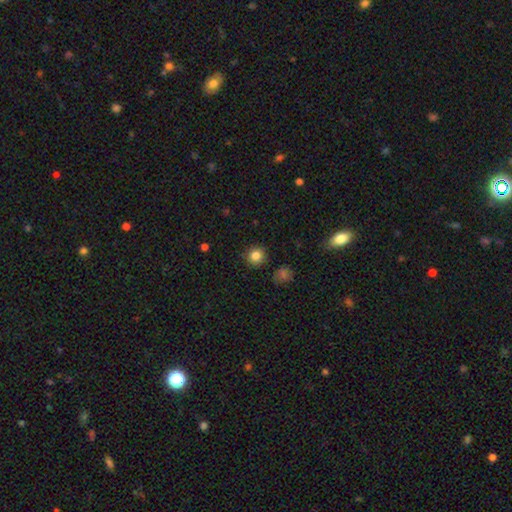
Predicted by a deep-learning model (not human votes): Smooth or featured: smooth — 83% (star or artifact — 11%)
How rounded: round — 92% (in between — 8%)
Merging: none — 89% (minor disturbance — 7%)